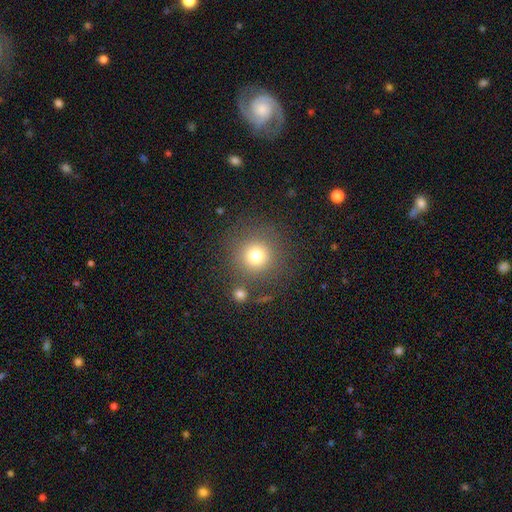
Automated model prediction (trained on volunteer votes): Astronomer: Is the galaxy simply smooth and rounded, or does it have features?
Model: smooth — 75%.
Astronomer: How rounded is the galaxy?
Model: round — 94%.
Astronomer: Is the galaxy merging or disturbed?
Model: none — 82%.